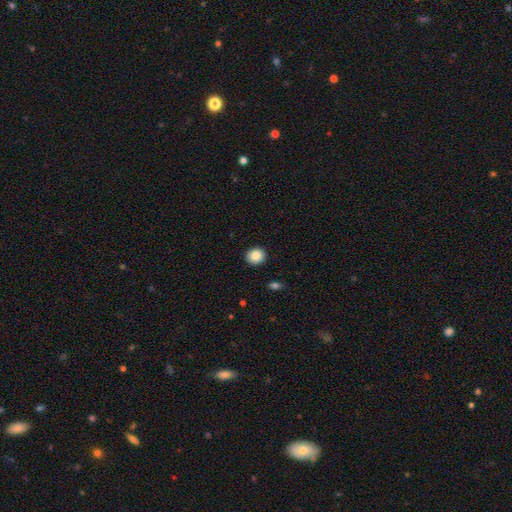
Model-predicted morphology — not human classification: type=smooth (87%); roundness=round (84%); merging=none (91%).